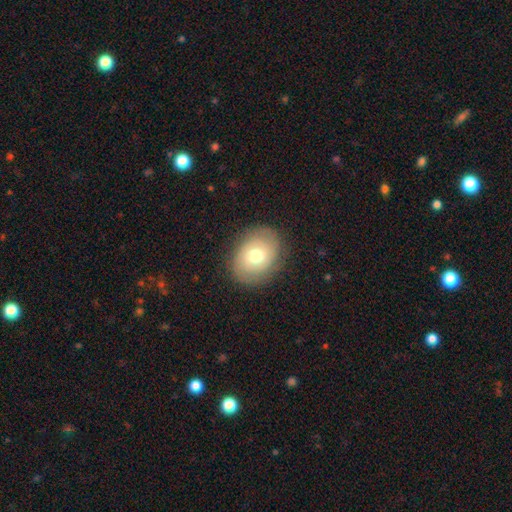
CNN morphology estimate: type=smooth (59%); roundness=in between (58%); merging=none (82%).